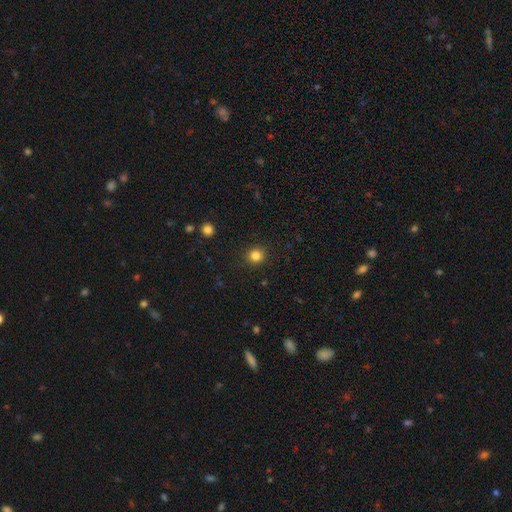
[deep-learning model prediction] Q: Smooth or featured?
A: smooth (83%); runner-up: star or artifact (13%)
Q: How rounded?
A: round (92%); runner-up: in between (7%)
Q: Merging?
A: none (91%); runner-up: minor disturbance (6%)